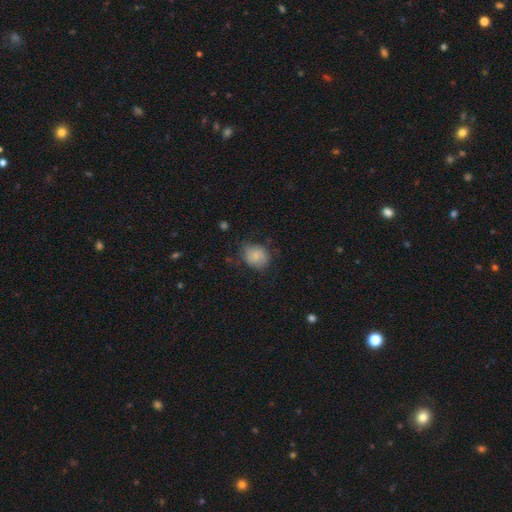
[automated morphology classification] Overall: smooth (75%). How rounded: round (65%; in between 34%). Merging: none (62%; minor disturbance 27%).